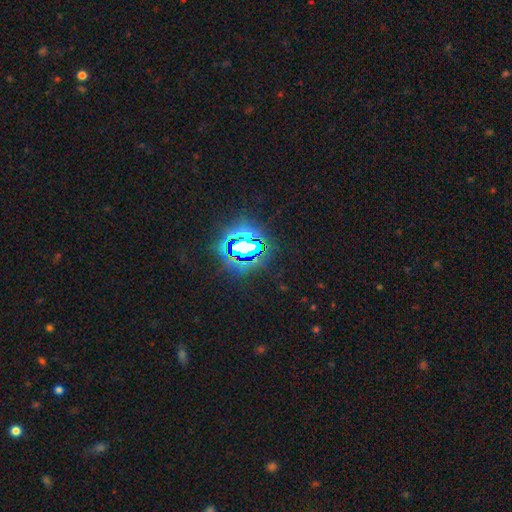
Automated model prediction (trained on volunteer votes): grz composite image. It shows a star or artifact, not a galaxy (80%).